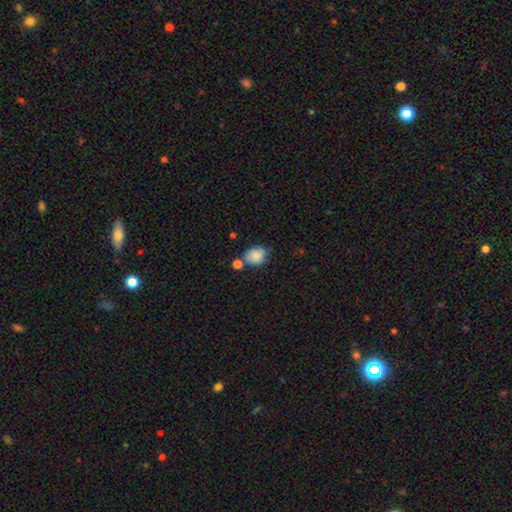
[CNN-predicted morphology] Smooth or featured?
  - smooth: 83% *
  - featured or disk: 9%
  - star or artifact: 9%
How rounded?
  - round: 54% *
  - in between: 45%
  - cigar-shaped: 1%
Merging?
  - none: 56% *
  - minor disturbance: 22%
  - merger: 16%
  - major disturbance: 6%